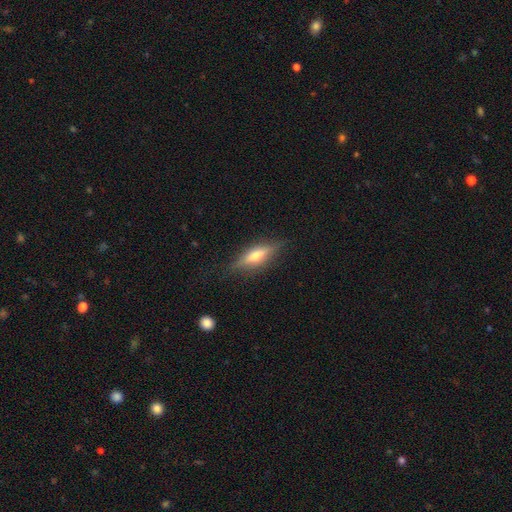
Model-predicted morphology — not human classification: A featured or disk galaxy (54%) viewed edge-on (92%). Merging: none (82%).